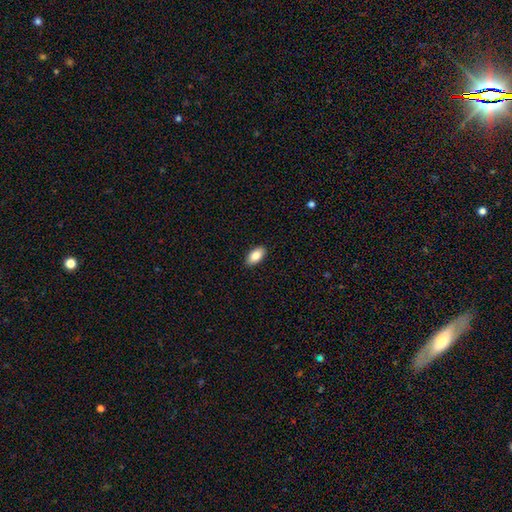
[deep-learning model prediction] smooth 84%, featured or disk 9%, star or artifact 7%. Down the decision tree: how rounded — in between (93%); merging — none (91%).